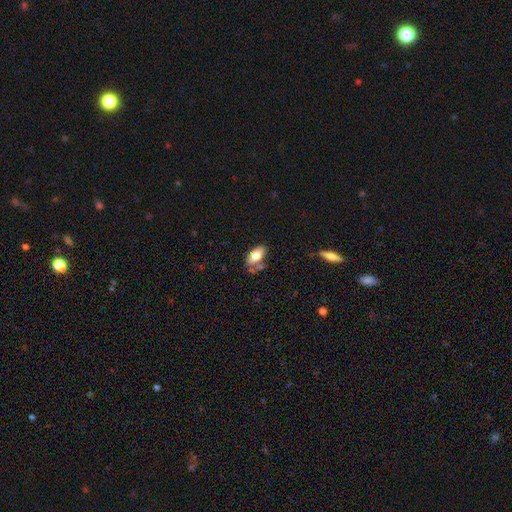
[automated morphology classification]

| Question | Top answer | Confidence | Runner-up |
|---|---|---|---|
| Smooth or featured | smooth | 76% | featured or disk (17%) |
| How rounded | in between | 92% | cigar-shaped (5%) |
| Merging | none | 59% | minor disturbance (19%) |